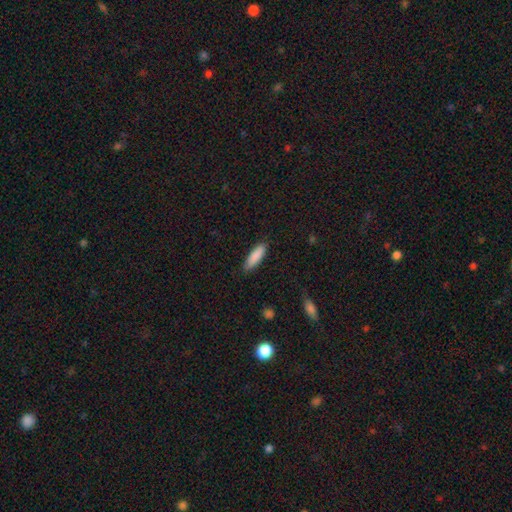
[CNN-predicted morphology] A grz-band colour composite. It shows a smooth galaxy with no disk features (88%) that is cigar-shaped (59%). Merging: none (86%).